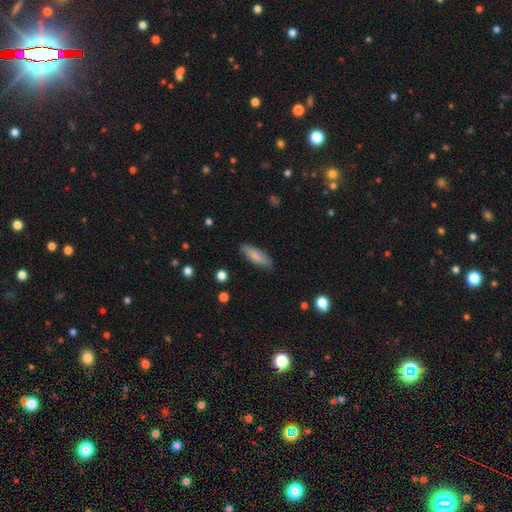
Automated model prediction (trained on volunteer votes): smooth_or_featured: smooth (p=0.77) [alt: featured or disk p=0.16]
how_rounded: in between (p=0.57) [alt: cigar-shaped p=0.41]
merging: none (p=0.81) [alt: minor disturbance p=0.15]